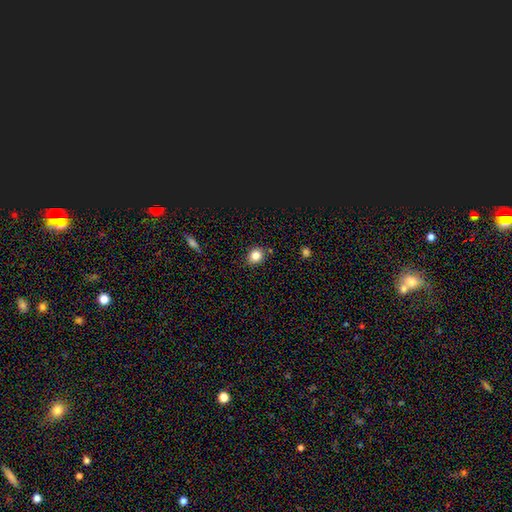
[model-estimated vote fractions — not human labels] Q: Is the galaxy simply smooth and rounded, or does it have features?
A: smooth — 83%.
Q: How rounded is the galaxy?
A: round — 73%.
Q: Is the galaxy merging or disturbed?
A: none — 85%.